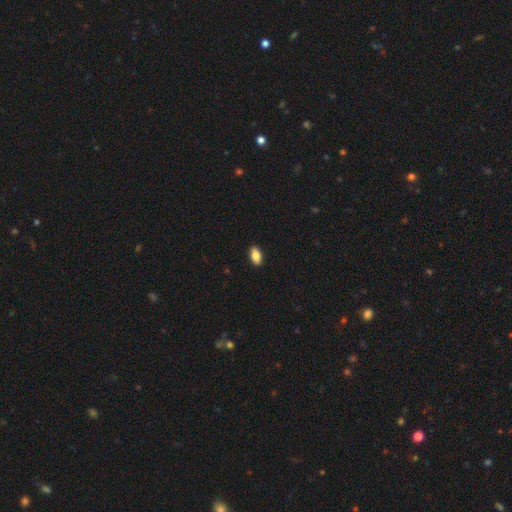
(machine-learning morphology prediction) Q: Smooth or featured?
A: smooth (87%); runner-up: star or artifact (7%)
Q: How rounded?
A: in between (92%); runner-up: round (4%)
Q: Merging?
A: none (90%); runner-up: minor disturbance (7%)